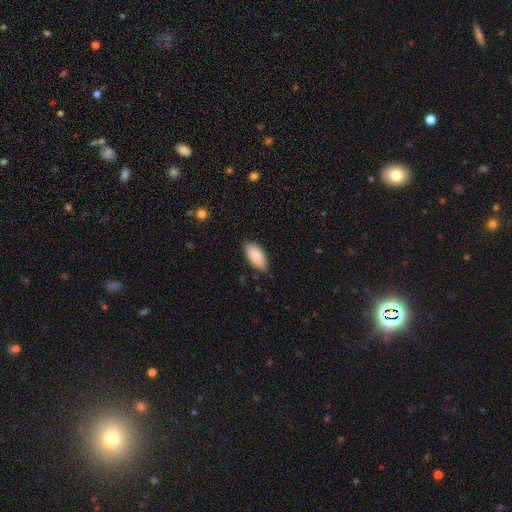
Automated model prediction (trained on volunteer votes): Smooth or featured?
  - smooth: 88% *
  - featured or disk: 6%
  - star or artifact: 6%
How rounded?
  - in between: 90% *
  - cigar-shaped: 9%
  - round: 2%
Merging?
  - none: 80% *
  - minor disturbance: 16%
  - major disturbance: 2%
  - merger: 1%